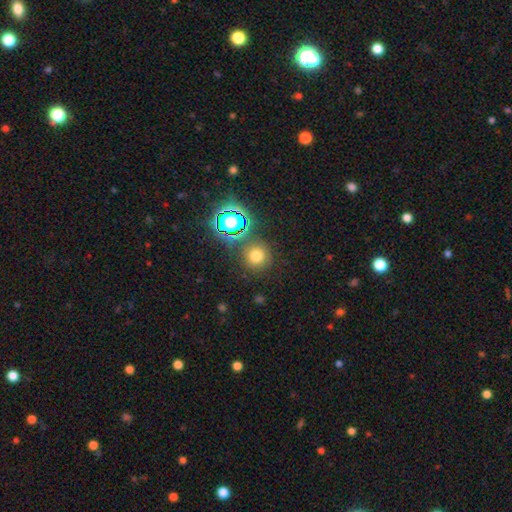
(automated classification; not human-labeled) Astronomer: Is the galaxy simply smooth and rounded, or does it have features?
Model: smooth — 67%.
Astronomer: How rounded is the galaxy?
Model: round — 93%.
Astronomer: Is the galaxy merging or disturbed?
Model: none — 83%.